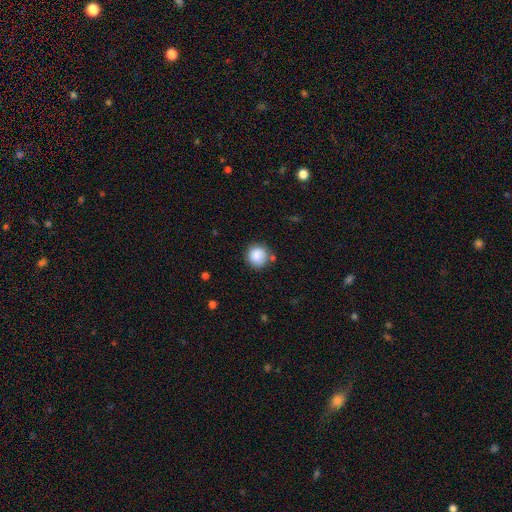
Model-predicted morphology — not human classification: This appears to be a smooth galaxy with no disk features (87%) that is round (92%). Merging: none (80%).